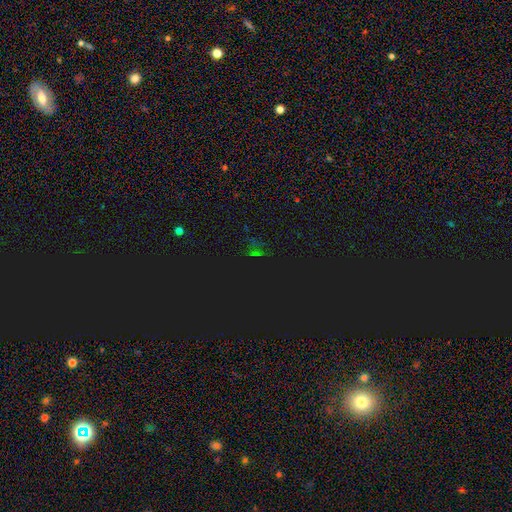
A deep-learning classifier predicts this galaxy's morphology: type=star or artifact (76%).